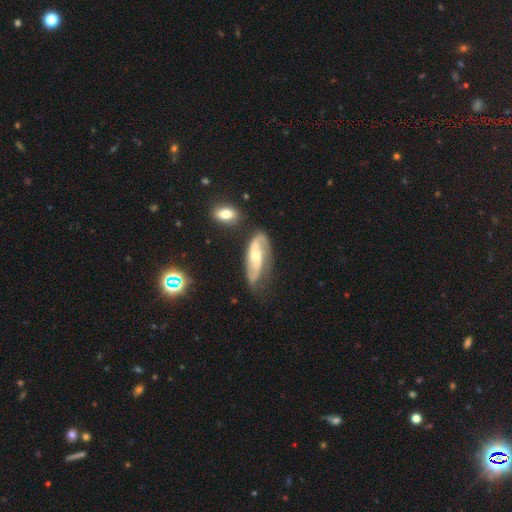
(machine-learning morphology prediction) Smooth or featured? featured or disk (74%)
Edge-on disk? no (88%)
Bar? no (56%)
Spiral arms? yes (90%)
Spiral winding? medium (39%, tied with loose)
Spiral arm count? 2 (77%)
Bulge size? moderate (51%)
Merging? none (54%)